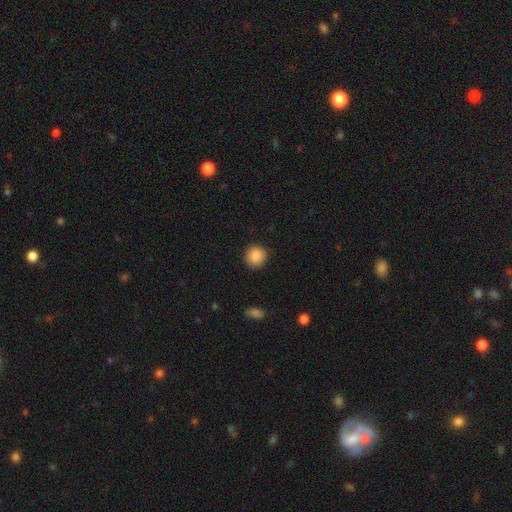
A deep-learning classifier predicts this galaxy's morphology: smooth 87%, star or artifact 8%, featured or disk 5%. Down the decision tree: how rounded — round (91%); merging — none (89%).